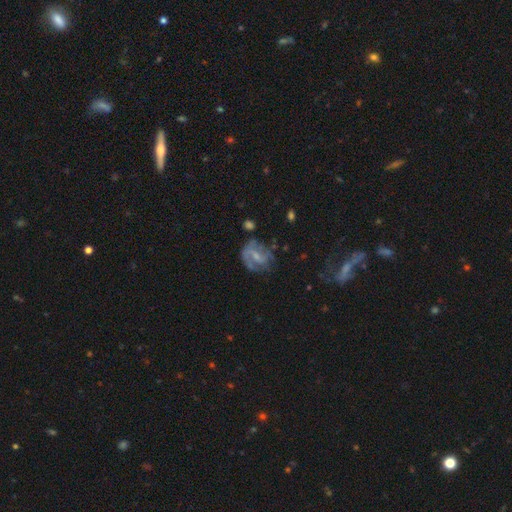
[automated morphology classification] A featured or disk galaxy (66%) with a weak bar (50%), 2 (53%) medium (44%) spiral arms (79%) and a small central bulge (48%). Merging: none (54%).